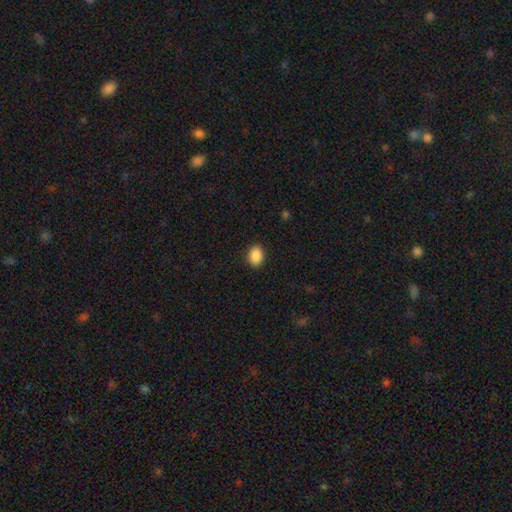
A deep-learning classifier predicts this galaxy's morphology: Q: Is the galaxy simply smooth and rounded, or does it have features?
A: smooth — 90%.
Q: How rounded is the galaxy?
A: in between — 71%.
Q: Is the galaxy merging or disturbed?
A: none — 90%.